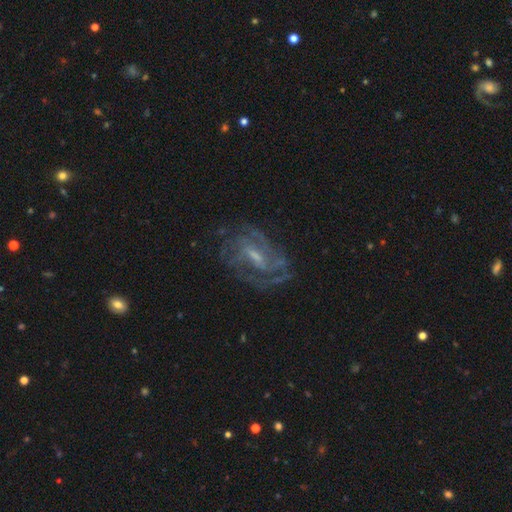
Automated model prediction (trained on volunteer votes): Morphology: type=featured or disk (85%); edge-on=no (95%); bar=weak (52%); spiral arms=yes (92%); winding=tight (45%); arm count=can't tell (30%, tied with 2); bulge=small (51%); merging=none (67%).